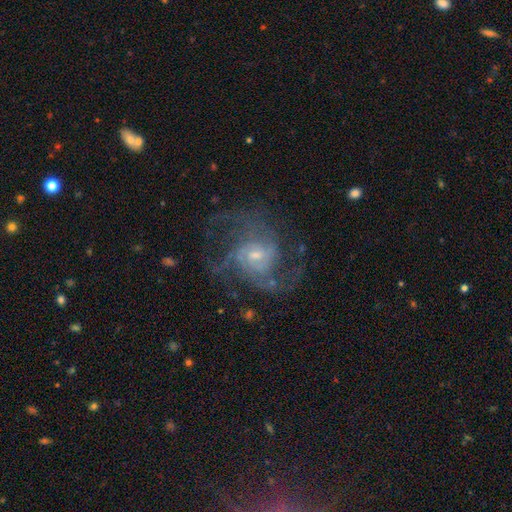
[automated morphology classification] Overall: featured or disk (86%). Edge-on disk: no (98%). Bar: weak (46%, tied with no). Spiral arms: yes (94%). Spiral arm count: 2 (38%; can't tell 23%). Spiral winding: medium (50%; tight 29%). Bulge size: small (56%; moderate 36%). Merging: none (61%; major disturbance 21%).